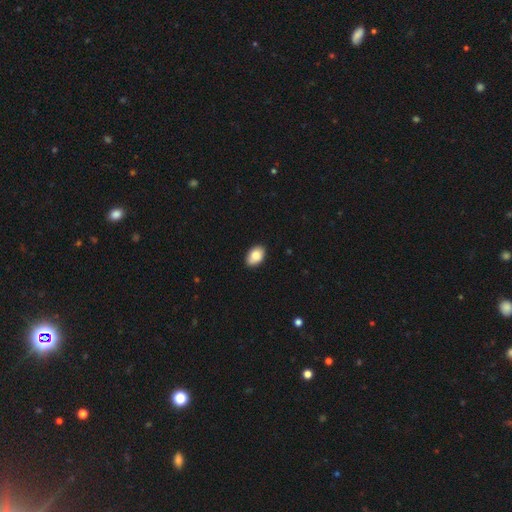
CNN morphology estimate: A smooth galaxy with no disk features (86%) that is in between round and cigar-shaped (90%). Merging: none (88%).